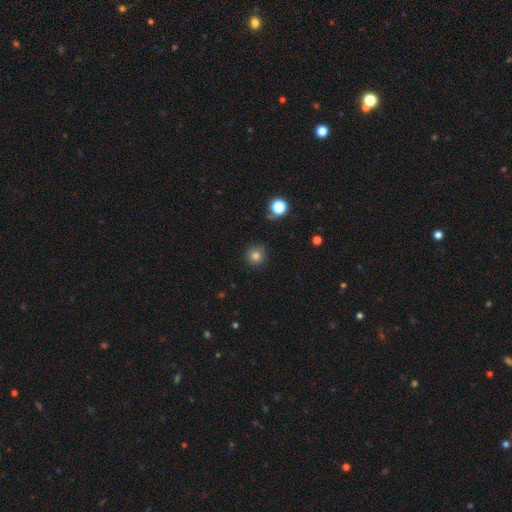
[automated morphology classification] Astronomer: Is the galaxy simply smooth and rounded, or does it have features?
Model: smooth — 81%.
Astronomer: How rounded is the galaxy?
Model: round — 93%.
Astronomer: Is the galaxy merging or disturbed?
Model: none — 87%.